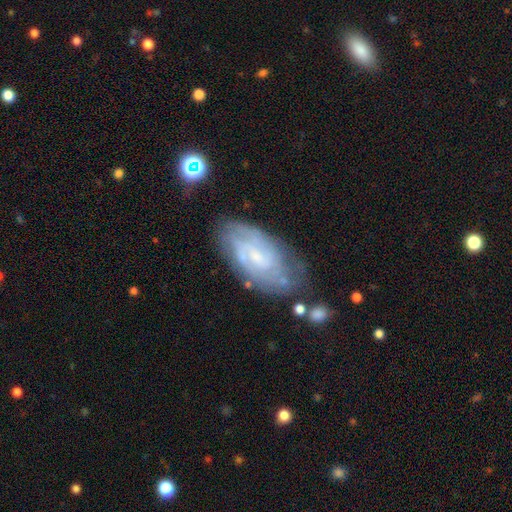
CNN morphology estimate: A featured or disk galaxy (70%) with no bar (49%), tight (60%) spiral arms (85%) and a small central bulge (56%).

Vote fractions:
- Smooth or featured? featured or disk: 70% / smooth: 22% / star or artifact: 8%
- Edge-on disk? no: 93% / yes: 7%
- Bar? no: 49% / weak: 43% / strong: 8%
- Spiral arms? yes: 85% / no: 15%
- Spiral winding? tight: 60% / medium: 31% / loose: 9%
- Spiral arm count? can't tell: 51% / 2: 26% / 3: 11% / 4: 6% / 1: 4% / more than 4: 3%
- Bulge size? small: 56% / moderate: 25% / none: 15% / large: 3% / dominant: 1%
- Merging? none: 68% / minor disturbance: 21% / major disturbance: 8% / merger: 4%